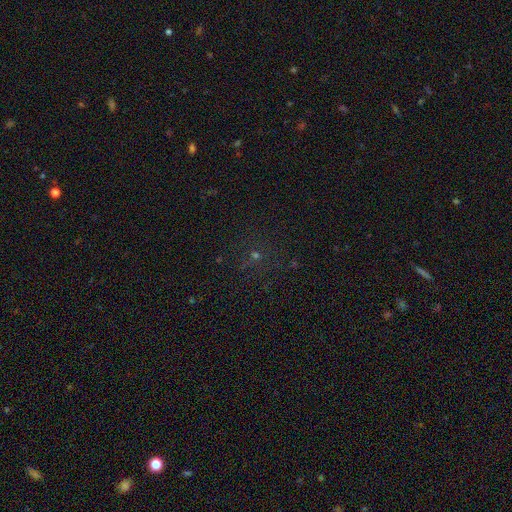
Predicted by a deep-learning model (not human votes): Smooth or featured?
  - star or artifact: 59% *
  - smooth: 30%
  - featured or disk: 11%